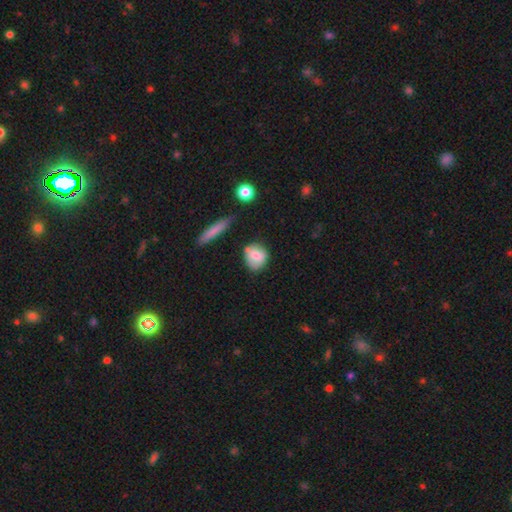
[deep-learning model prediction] Smooth or featured? Predicted: smooth (p=0.76). How rounded? Predicted: round (p=0.66). Merging? Predicted: none (p=0.65).